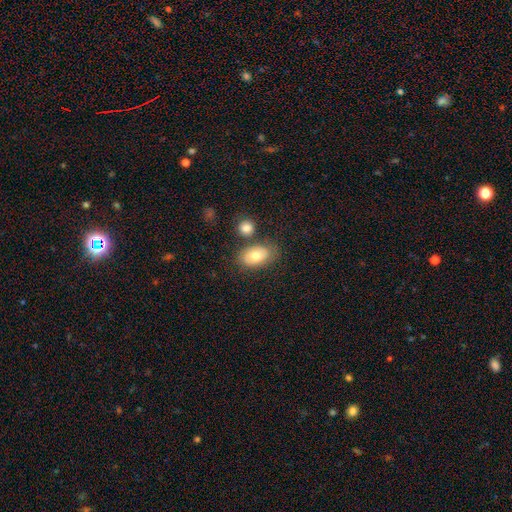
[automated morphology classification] Smooth or featured: smooth — 71% (featured or disk — 21%)
How rounded: in between — 86% (round — 13%)
Merging: none — 67% (minor disturbance — 15%)